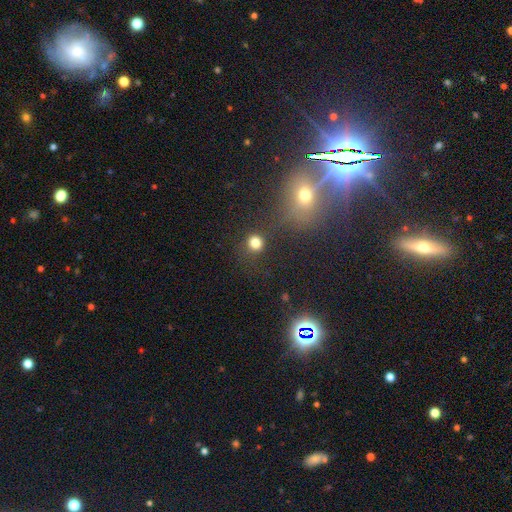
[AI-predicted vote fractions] Smooth or featured? star or artifact (63%)